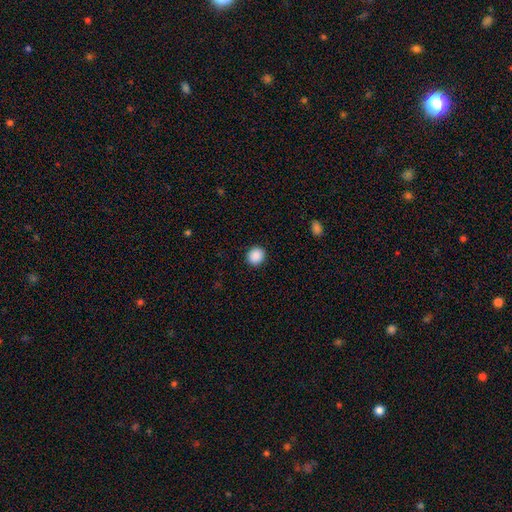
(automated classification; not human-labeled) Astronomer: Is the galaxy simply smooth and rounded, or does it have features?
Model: smooth — 89%.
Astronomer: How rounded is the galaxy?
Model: round — 86%.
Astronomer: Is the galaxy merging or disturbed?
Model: none — 92%.